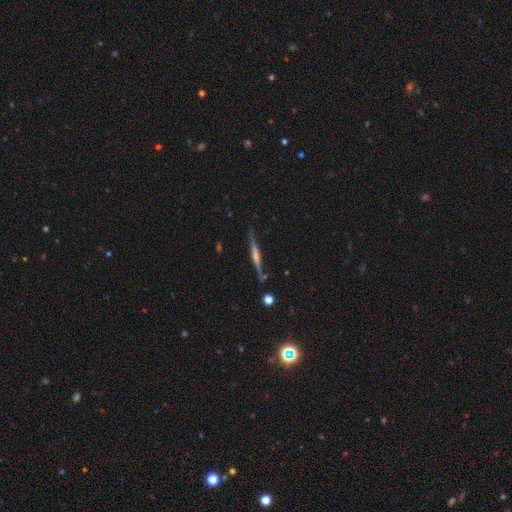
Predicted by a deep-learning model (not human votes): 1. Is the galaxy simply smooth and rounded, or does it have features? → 78% featured or disk, 14% smooth, 8% star or artifact.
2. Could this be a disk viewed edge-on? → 97% yes, 3% no.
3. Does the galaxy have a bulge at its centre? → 71% rounded, 15% boxy, 14% none.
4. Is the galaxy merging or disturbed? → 85% none, 10% minor disturbance, 3% major disturbance, 2% merger.